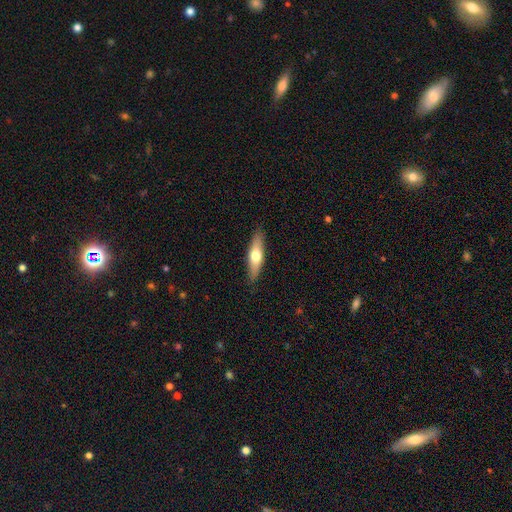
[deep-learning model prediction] A smooth galaxy with no disk features (56%) that is cigar-shaped (63%).

Vote fractions:
- Smooth or featured? smooth: 56% / featured or disk: 38% / star or artifact: 5%
- How rounded? cigar-shaped: 63% / in between: 34% / round: 2%
- Merging? none: 88% / minor disturbance: 9% / major disturbance: 2% / merger: 1%